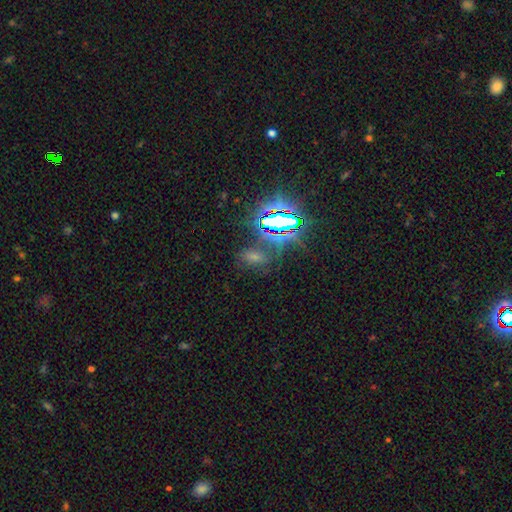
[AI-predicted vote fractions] Q: Smooth or featured?
A: star or artifact (53%); runner-up: smooth (36%)